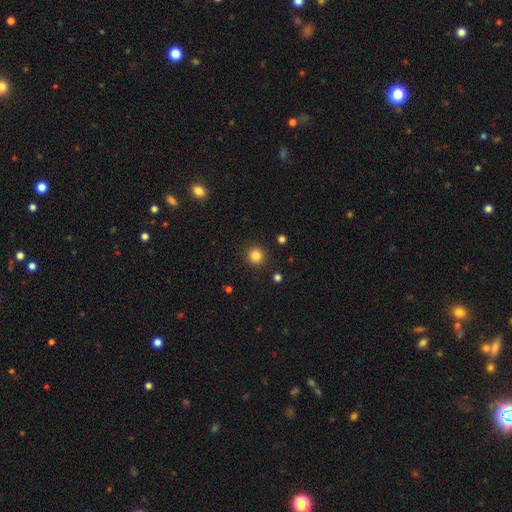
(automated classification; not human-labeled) A smooth galaxy with no disk features (84%) that is round (95%). Merging: none (92%).